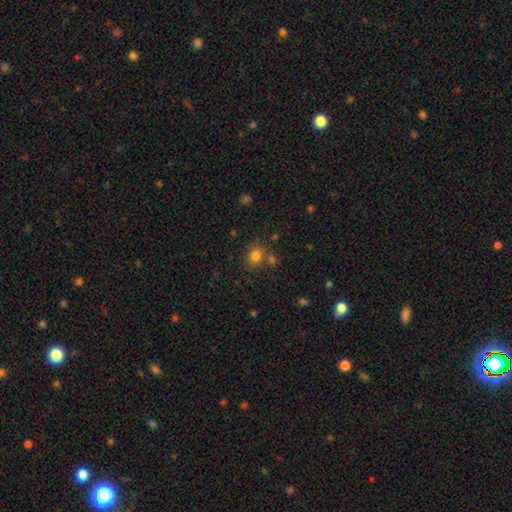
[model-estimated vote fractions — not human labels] Smooth or featured? Predicted: smooth (p=0.80). How rounded? Predicted: round (p=0.59). Merging? Predicted: none (p=0.70).